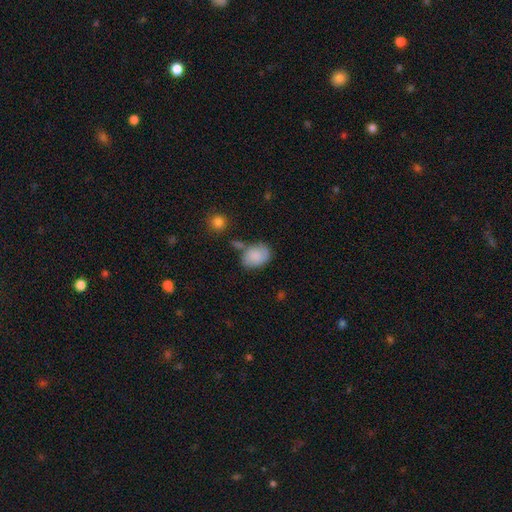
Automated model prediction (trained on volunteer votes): Smooth or featured?
  - smooth: 72% *
  - featured or disk: 20%
  - star or artifact: 8%
How rounded?
  - in between: 73% *
  - round: 26%
  - cigar-shaped: 1%
Merging?
  - none: 58% *
  - minor disturbance: 23%
  - merger: 12%
  - major disturbance: 7%